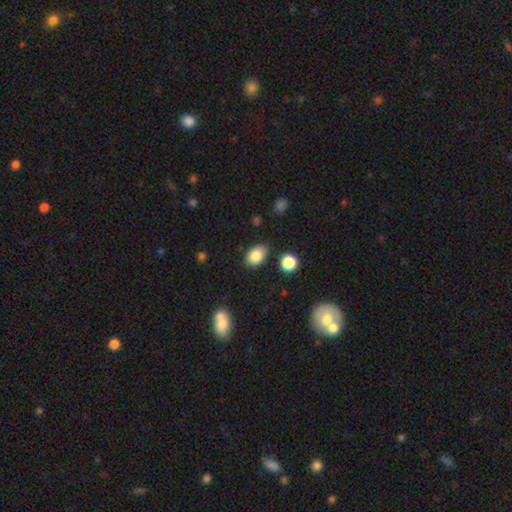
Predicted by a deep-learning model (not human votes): smooth-or-featured: smooth: 84% | star or artifact: 9% | featured or disk: 7%
  how-rounded: in between: 77% | round: 22% | cigar-shaped: 1%
  merging: none: 81% | minor disturbance: 13% | merger: 3% | major disturbance: 3%